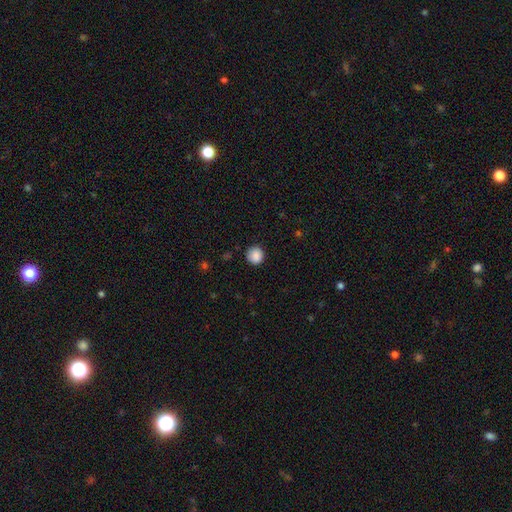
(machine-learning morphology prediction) A smooth galaxy with no disk features (87%) that is round (90%). Merging: none (85%).